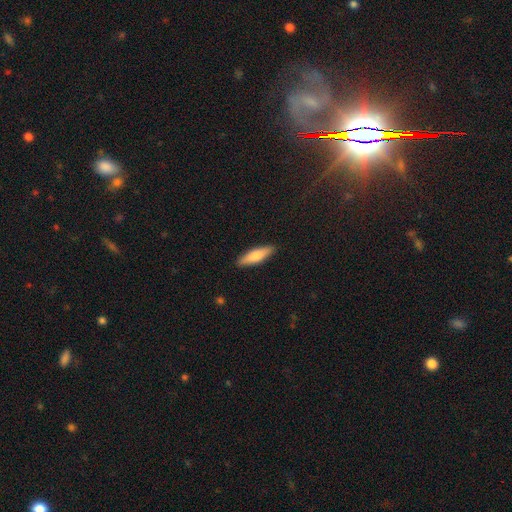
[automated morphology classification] Smooth or featured?
  - smooth: 74% *
  - featured or disk: 20%
  - star or artifact: 5%
How rounded?
  - cigar-shaped: 61% *
  - in between: 37%
  - round: 2%
Merging?
  - none: 90% *
  - minor disturbance: 7%
  - major disturbance: 2%
  - merger: 1%